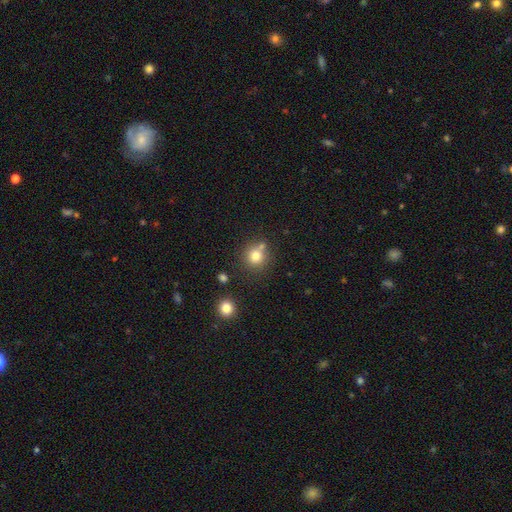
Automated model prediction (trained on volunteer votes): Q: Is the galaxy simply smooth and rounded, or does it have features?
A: smooth — 78%.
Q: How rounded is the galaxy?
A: round — 89%.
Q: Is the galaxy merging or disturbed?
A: none — 67%.